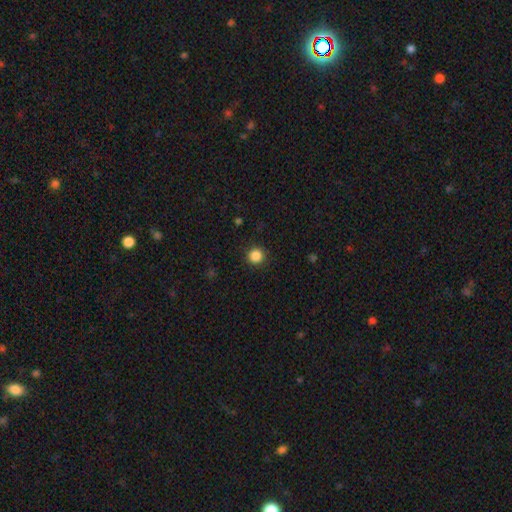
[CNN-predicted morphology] This appears to be a smooth galaxy with no disk features (87%) that is round (95%). Merging: none (91%).